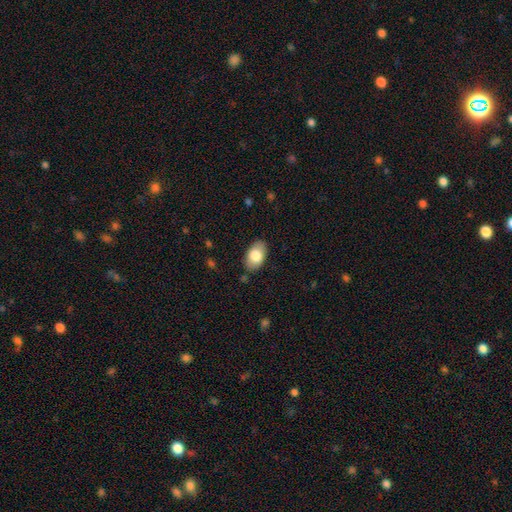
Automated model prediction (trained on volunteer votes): smooth 80%, featured or disk 14%, star or artifact 6%. Down the decision tree: how rounded — in between (93%); merging — none (84%).